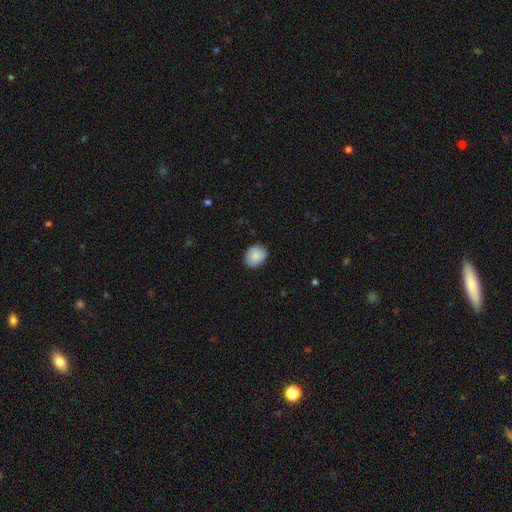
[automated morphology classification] Smooth or featured? smooth (89%)
How rounded? round (57%)
Merging? none (85%)